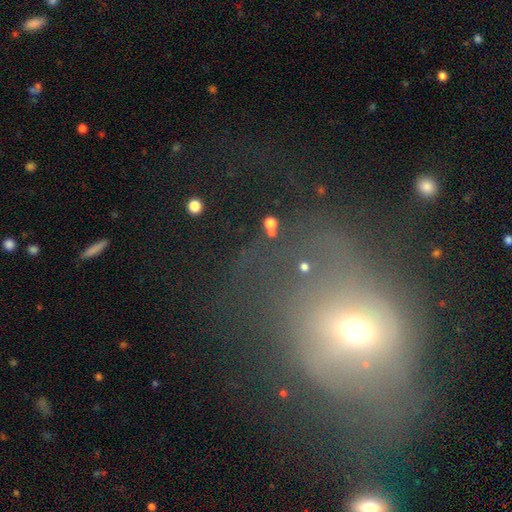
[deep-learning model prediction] This appears to be a smooth galaxy with no disk features (44%). Merging: major disturbance (41%).